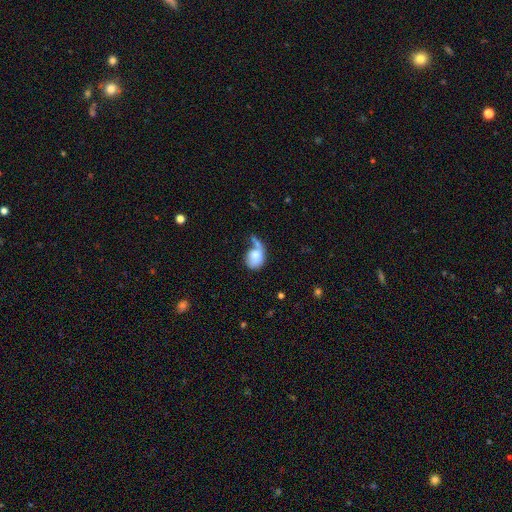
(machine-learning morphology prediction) A smooth galaxy with no disk features (71%) that is in between round and cigar-shaped (64%).

Vote fractions:
- Smooth or featured? smooth: 71% / featured or disk: 21% / star or artifact: 7%
- How rounded? in between: 64% / round: 35% / cigar-shaped: 2%
- Merging? major disturbance: 29% / merger: 28% / none: 25% / minor disturbance: 18%